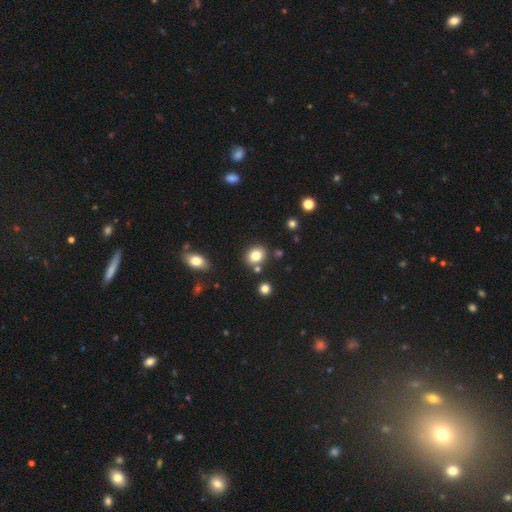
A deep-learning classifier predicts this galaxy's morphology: type=smooth (82%); roundness=round (51%); merging=none (80%).